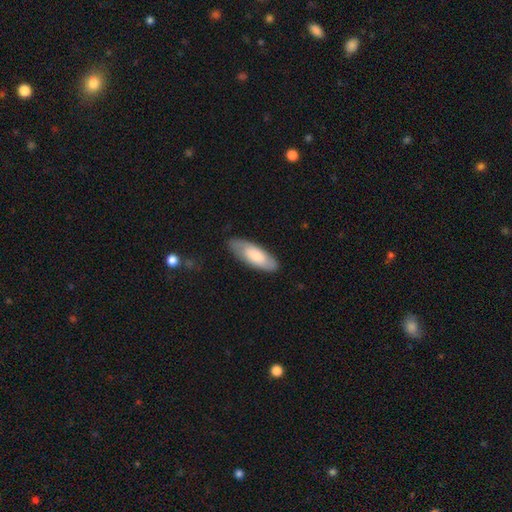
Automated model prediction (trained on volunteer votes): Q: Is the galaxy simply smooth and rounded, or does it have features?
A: smooth — 73%.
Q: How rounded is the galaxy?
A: in between — 71%.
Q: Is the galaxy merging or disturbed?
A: none — 81%.